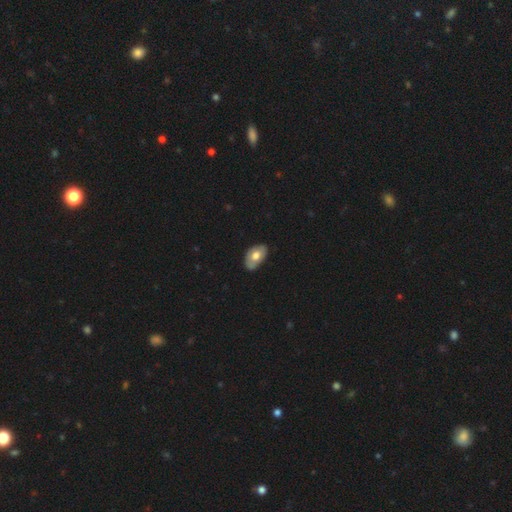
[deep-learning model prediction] smooth_or_featured: smooth (p=0.62) [alt: featured or disk p=0.32]
how_rounded: in between (p=0.92) [alt: round p=0.07]
merging: none (p=0.74) [alt: minor disturbance p=0.21]